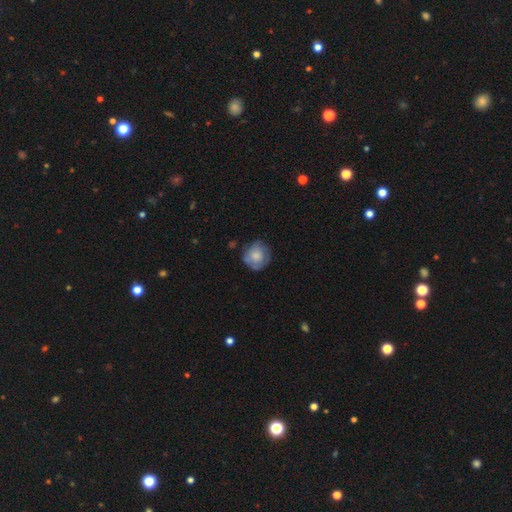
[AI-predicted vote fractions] Morphology: type=smooth (63%); roundness=round (86%); merging=none (66%).